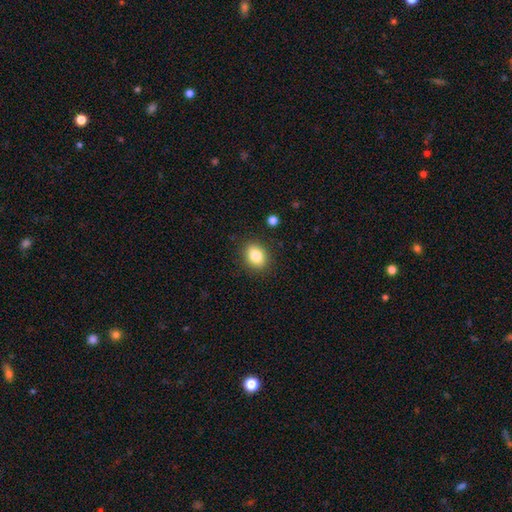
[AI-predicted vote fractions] Smooth or featured?
  - smooth: 83% *
  - star or artifact: 9%
  - featured or disk: 8%
How rounded?
  - in between: 62% *
  - round: 37%
  - cigar-shaped: 1%
Merging?
  - none: 88% *
  - minor disturbance: 8%
  - major disturbance: 3%
  - merger: 1%